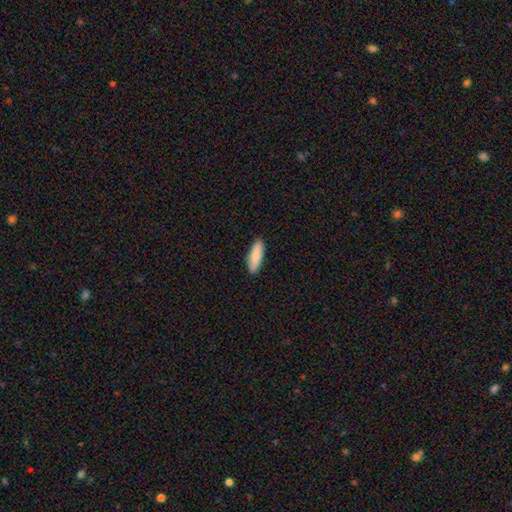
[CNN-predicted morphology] Smooth or featured? smooth (84%)
How rounded? in between (55%)
Merging? none (90%)